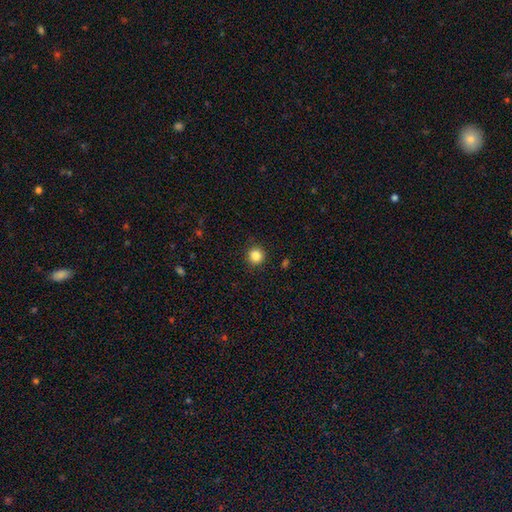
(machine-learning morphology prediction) A smooth galaxy with no disk features (84%) that is round (94%).

Vote fractions:
- Smooth or featured? smooth: 84% / star or artifact: 11% / featured or disk: 4%
- How rounded? round: 94% / in between: 5% / cigar-shaped: 1%
- Merging? none: 91% / minor disturbance: 6% / major disturbance: 2% / merger: 1%